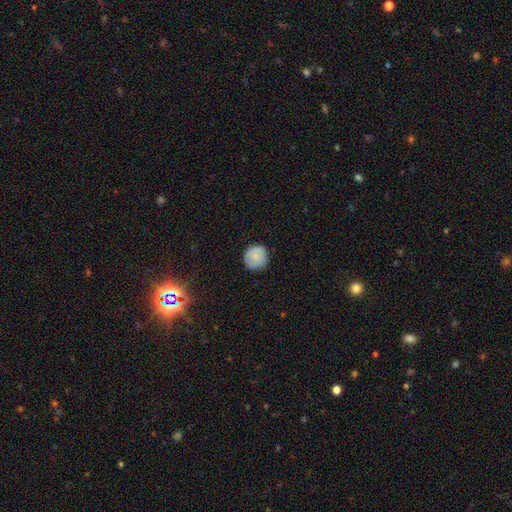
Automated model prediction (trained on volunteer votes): Smooth or featured? Predicted: smooth (p=0.81). How rounded? Predicted: round (p=0.93). Merging? Predicted: none (p=0.85).